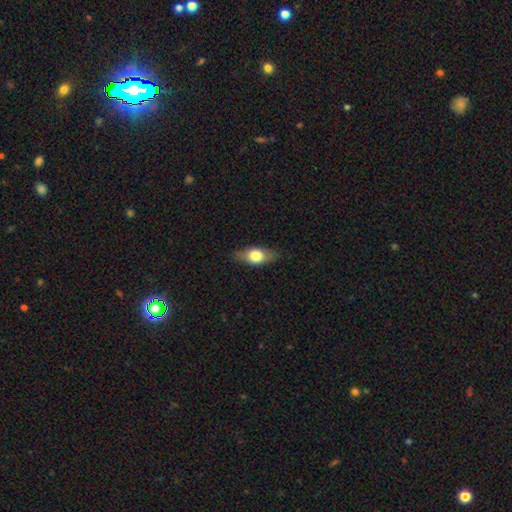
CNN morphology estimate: smooth-or-featured: smooth: 64% | featured or disk: 29% | star or artifact: 7%
  how-rounded: in between: 77% | cigar-shaped: 12% | round: 11%
  merging: none: 80% | minor disturbance: 15% | major disturbance: 4% | merger: 1%